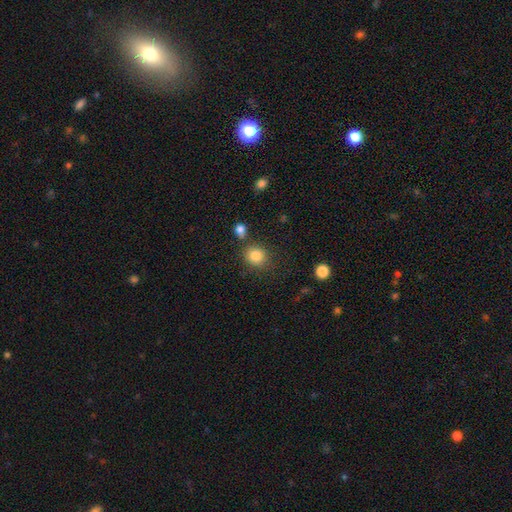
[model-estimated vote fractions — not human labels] The model was most divided on "how rounded": round: 77%, in between: 22%, cigar-shaped: 1%. More confident: smooth or featured — smooth (84%); merging — none (75%).